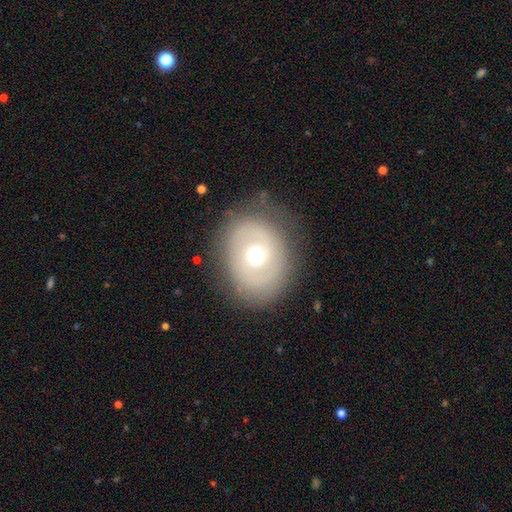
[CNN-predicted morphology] smooth-or-featured: smooth: 48% | featured or disk: 41% | star or artifact: 11%
  merging: none: 76% | minor disturbance: 14% | major disturbance: 8% | merger: 2%